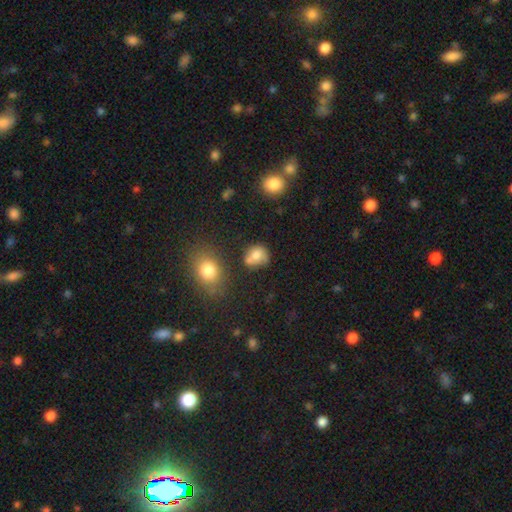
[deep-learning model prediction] Smooth or featured? Predicted: smooth (p=0.75). How rounded? Predicted: round (p=0.63). Merging? Predicted: none (p=0.46).